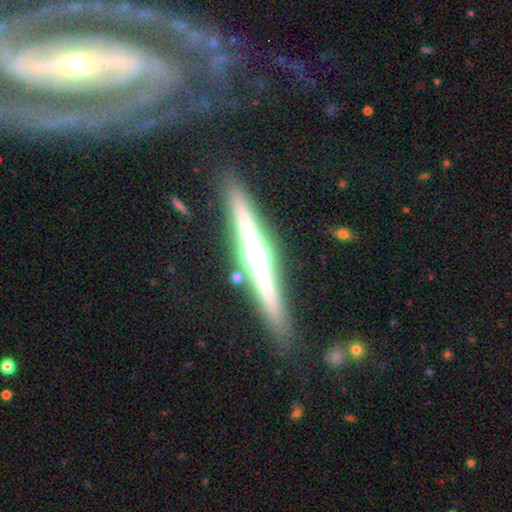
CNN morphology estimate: featured or disk 78%, smooth 16%, star or artifact 7%. Down the decision tree: edge-on disk — yes (97%); edge-on bulge — rounded (76%); merging — none (86%).